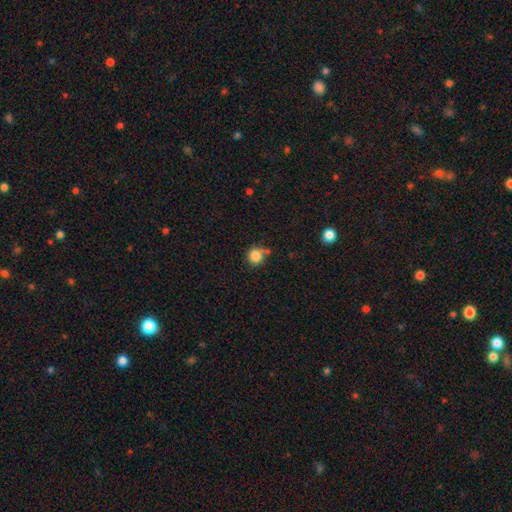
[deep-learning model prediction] A smooth galaxy with no disk features (85%) that is round (92%). Merging: none (71%).